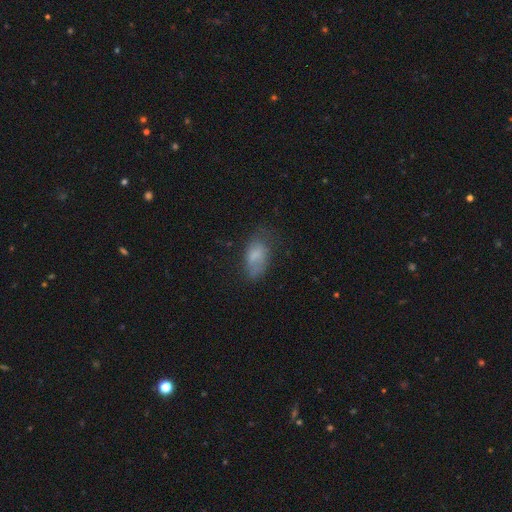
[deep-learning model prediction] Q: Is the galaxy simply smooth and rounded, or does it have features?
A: smooth — 69%.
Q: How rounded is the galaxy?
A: in between — 91%.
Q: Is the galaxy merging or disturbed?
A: none — 50%.